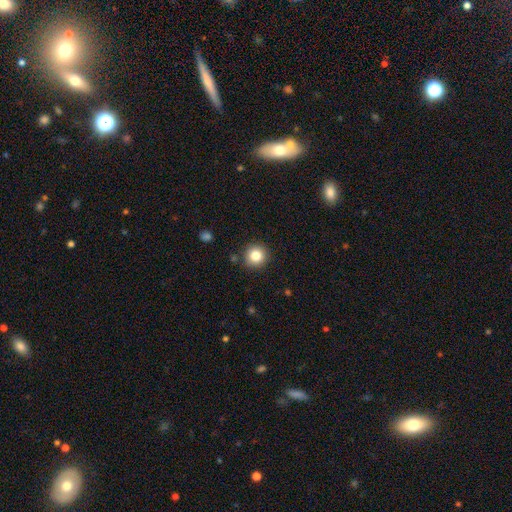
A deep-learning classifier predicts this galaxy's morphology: A smooth galaxy with no disk features (82%) that is round (94%).

Vote fractions:
- Smooth or featured? smooth: 82% / star or artifact: 11% / featured or disk: 7%
- How rounded? round: 94% / in between: 5% / cigar-shaped: 1%
- Merging? none: 90% / minor disturbance: 6% / major disturbance: 2% / merger: 2%